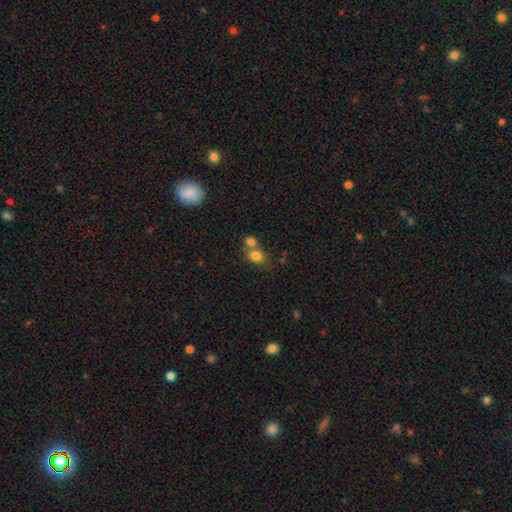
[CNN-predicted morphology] This is clearly a smooth galaxy (80%). How rounded: possibly round (53%). Merging: possibly merger (47%).